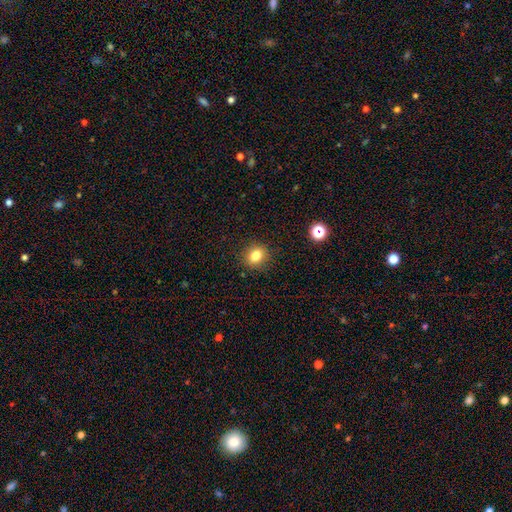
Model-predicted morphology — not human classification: This is clearly a smooth galaxy (81%). How rounded: possibly round (59%). Merging: clearly none (88%).